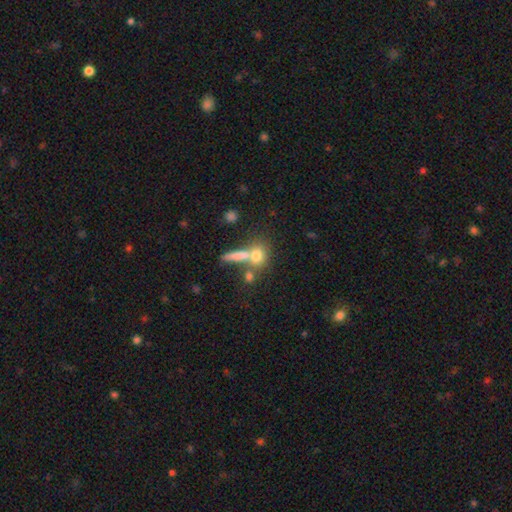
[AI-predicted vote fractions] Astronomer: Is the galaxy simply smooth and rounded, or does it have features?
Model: smooth — 52%.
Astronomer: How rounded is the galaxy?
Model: round — 52% (runner-up: in between, 30%).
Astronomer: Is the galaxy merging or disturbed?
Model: none — 43% (runner-up: merger, 42%).